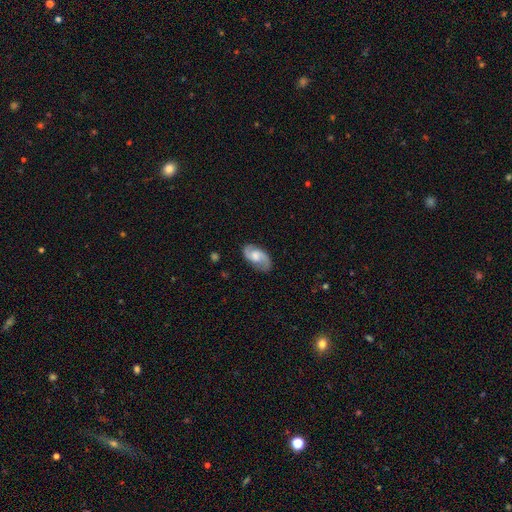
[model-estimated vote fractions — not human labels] Smooth or featured?
  - featured or disk: 76% *
  - smooth: 19%
  - star or artifact: 6%
Edge-on disk?
  - no: 96% *
  - yes: 4%
Bar?
  - no: 50% *
  - weak: 42%
  - strong: 7%
Spiral arms?
  - yes: 95% *
  - no: 5%
Spiral winding?
  - medium: 48% *
  - loose: 34%
  - tight: 18%
Spiral arm count?
  - 2: 90% *
  - can't tell: 4%
  - 1: 2%
  - 3: 1%
  - 4: 1%
  - more than 4: 1%
Bulge size?
  - moderate: 48% *
  - small: 21%
  - large: 17%
  - none: 12%
  - dominant: 2%
Merging?
  - none: 79% *
  - minor disturbance: 15%
  - major disturbance: 4%
  - merger: 1%